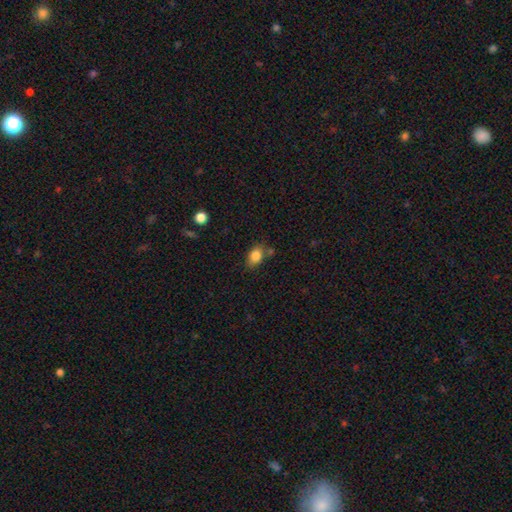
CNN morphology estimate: smooth-or-featured: smooth: 84% | star or artifact: 9% | featured or disk: 7%
  how-rounded: in between: 72% | round: 26% | cigar-shaped: 2%
  merging: none: 67% | minor disturbance: 19% | merger: 10% | major disturbance: 5%